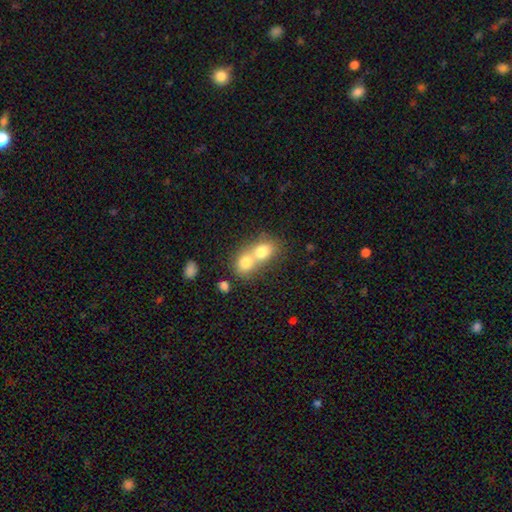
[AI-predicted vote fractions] Overall: smooth (69%). How rounded: round (59%; in between 40%). Merging: merger (73%).